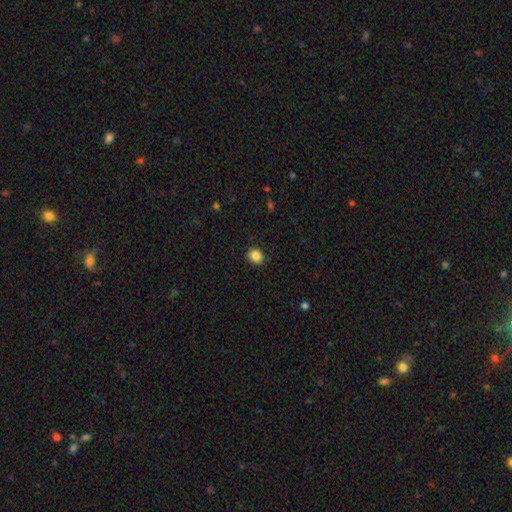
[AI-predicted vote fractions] Morphology: type=smooth (86%); roundness=round (78%); merging=none (88%).